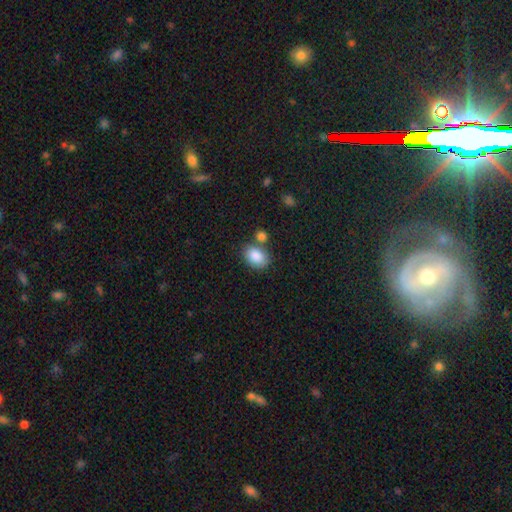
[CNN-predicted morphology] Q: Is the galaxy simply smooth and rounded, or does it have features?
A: smooth — 87%.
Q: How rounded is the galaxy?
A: in between — 78%.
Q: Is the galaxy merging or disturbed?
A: none — 63%.